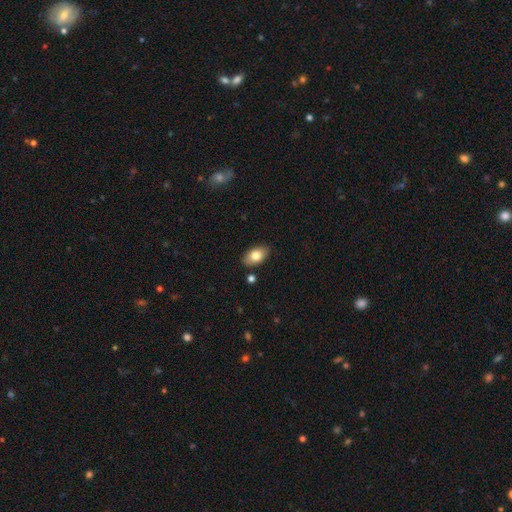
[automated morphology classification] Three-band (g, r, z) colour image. It shows a smooth galaxy with no disk features (79%) that is in between round and cigar-shaped (91%). Merging: none (85%).